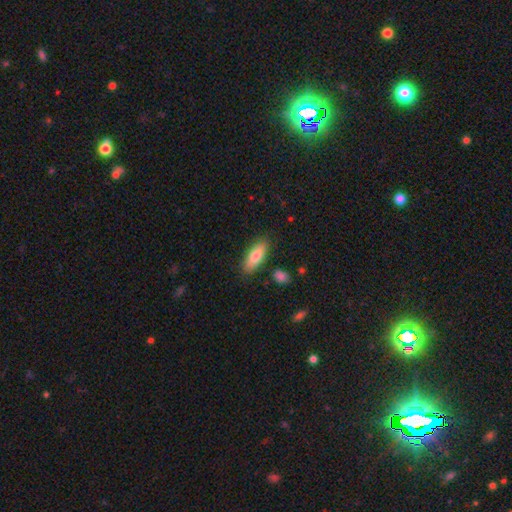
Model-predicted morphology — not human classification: The model was most divided on "how rounded": in between: 71%, cigar-shaped: 26%, round: 2%. More confident: merging — none (83%); smooth or featured — smooth (77%).